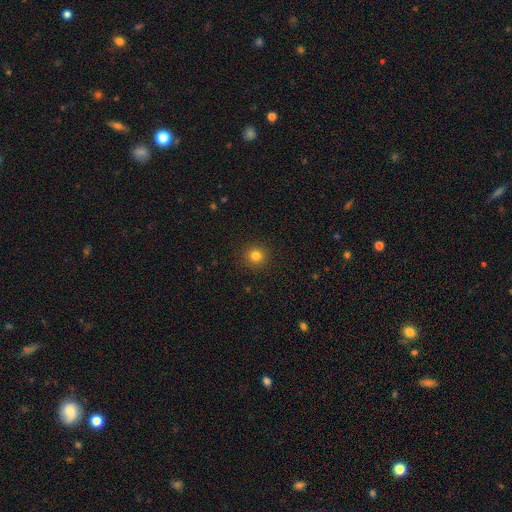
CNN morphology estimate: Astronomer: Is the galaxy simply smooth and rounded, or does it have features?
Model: smooth — 81%.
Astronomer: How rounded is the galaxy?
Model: round — 94%.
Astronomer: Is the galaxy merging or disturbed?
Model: none — 92%.